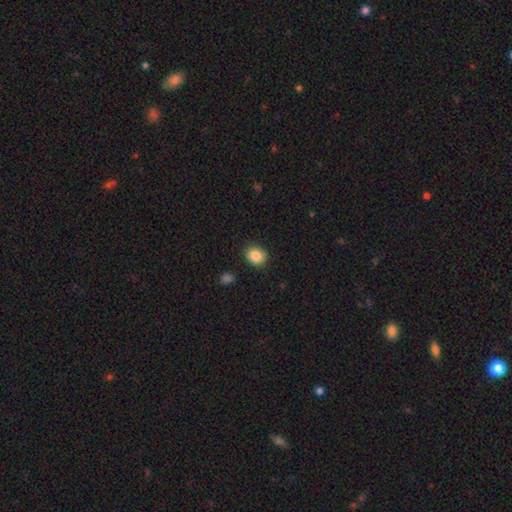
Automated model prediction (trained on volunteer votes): smooth 87%, star or artifact 9%, featured or disk 5%. Down the decision tree: how rounded — round (54%); merging — none (87%).